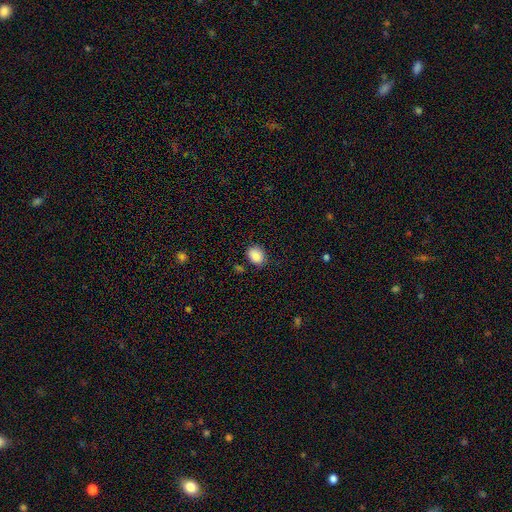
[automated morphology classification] A smooth galaxy with no disk features (88%) that is in between round and cigar-shaped (60%).

Vote fractions:
- Smooth or featured? smooth: 88% / star or artifact: 9% / featured or disk: 3%
- How rounded? in between: 60% / round: 39% / cigar-shaped: 1%
- Merging? none: 79% / minor disturbance: 15% / major disturbance: 4% / merger: 3%